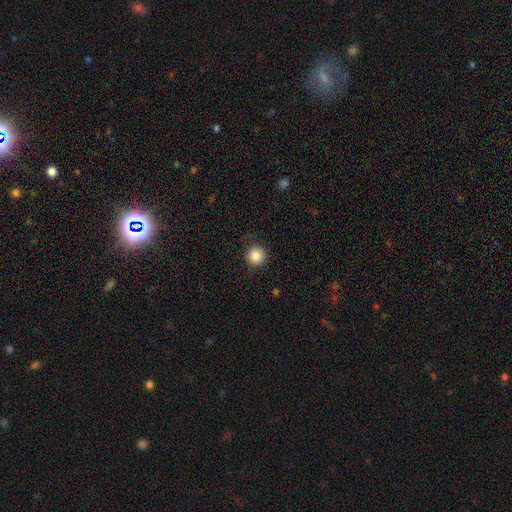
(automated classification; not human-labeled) Q: Smooth or featured?
A: smooth (87%); runner-up: star or artifact (9%)
Q: How rounded?
A: round (95%); runner-up: in between (4%)
Q: Merging?
A: none (88%); runner-up: minor disturbance (8%)